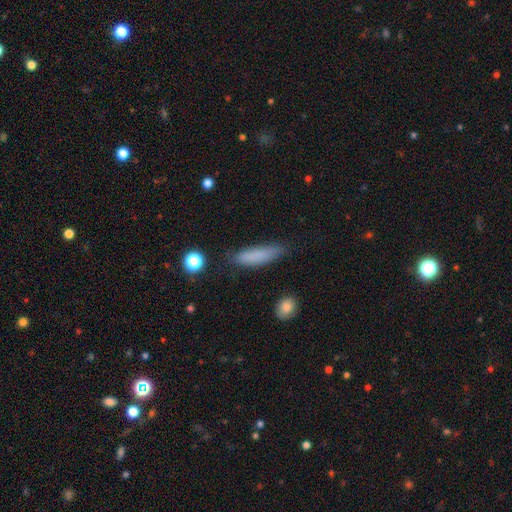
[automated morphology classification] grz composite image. It shows a smooth galaxy with no disk features (81%) that is cigar-shaped (69%). Merging: none (74%).